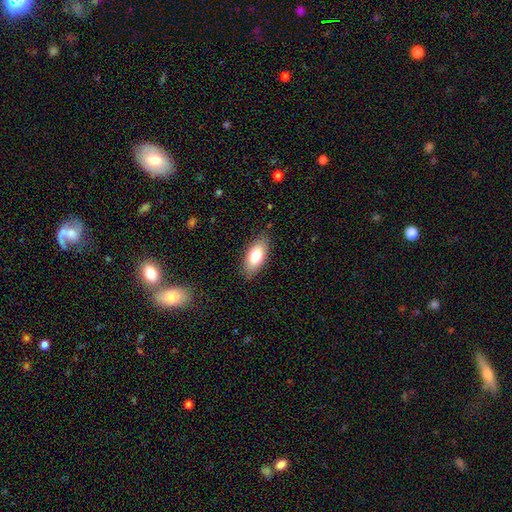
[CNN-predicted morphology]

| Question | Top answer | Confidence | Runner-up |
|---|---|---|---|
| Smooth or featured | smooth | 76% | featured or disk (16%) |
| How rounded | in between | 88% | cigar-shaped (8%) |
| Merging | none | 85% | minor disturbance (12%) |